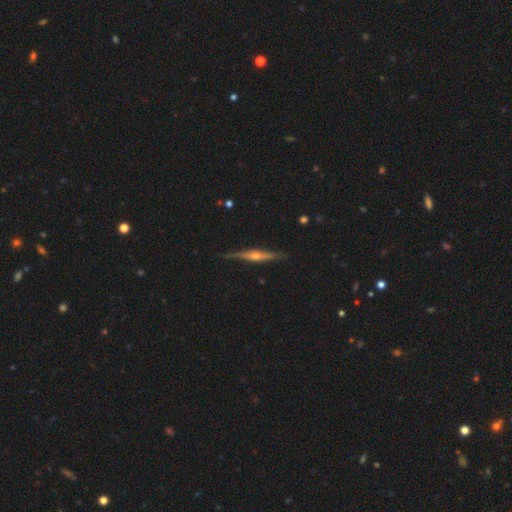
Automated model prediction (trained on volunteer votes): Smooth or featured?
  - featured or disk: 83% *
  - smooth: 12%
  - star or artifact: 6%
Edge-on disk?
  - yes: 98% *
  - no: 2%
Edge-on bulge?
  - rounded: 86% *
  - boxy: 8%
  - none: 7%
Merging?
  - none: 89% *
  - minor disturbance: 8%
  - major disturbance: 2%
  - merger: 1%